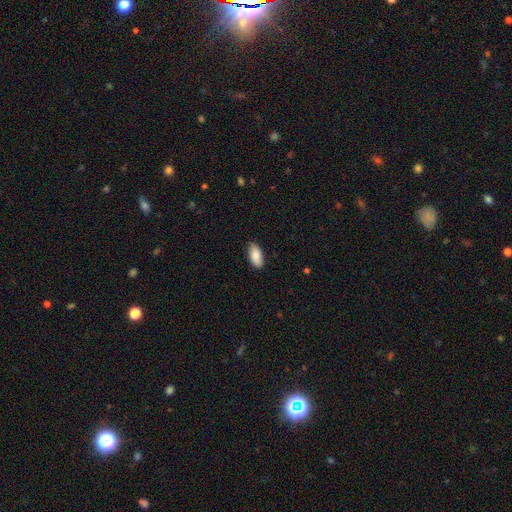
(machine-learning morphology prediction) smooth-or-featured: smooth: 88% | star or artifact: 6% | featured or disk: 6%
  how-rounded: in between: 91% | cigar-shaped: 7% | round: 2%
  merging: none: 84% | minor disturbance: 13% | major disturbance: 2% | merger: 1%